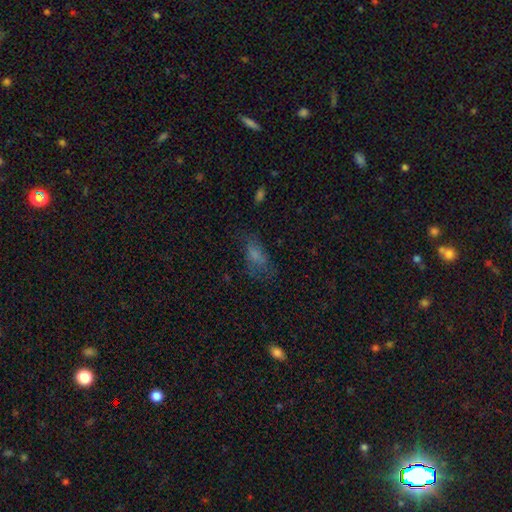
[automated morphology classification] Q: Smooth or featured?
A: smooth (62%); runner-up: featured or disk (22%)
Q: How rounded?
A: in between (79%); runner-up: cigar-shaped (15%)
Q: Merging?
A: none (52%); runner-up: minor disturbance (24%)